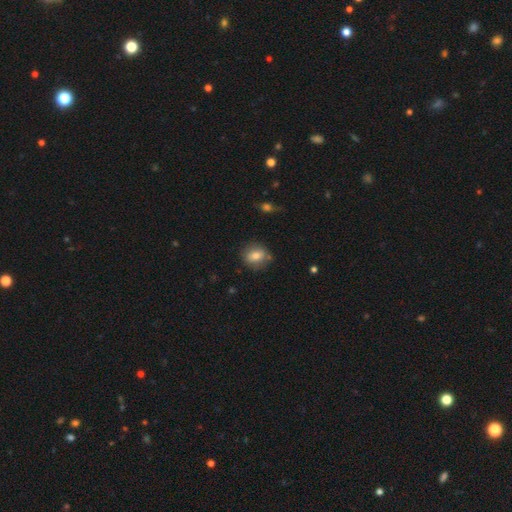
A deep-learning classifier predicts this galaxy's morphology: smooth_or_featured: smooth (p=0.78) [alt: featured or disk p=0.14]
how_rounded: round (p=0.54) [alt: in between p=0.44]
merging: none (p=0.76) [alt: minor disturbance p=0.16]